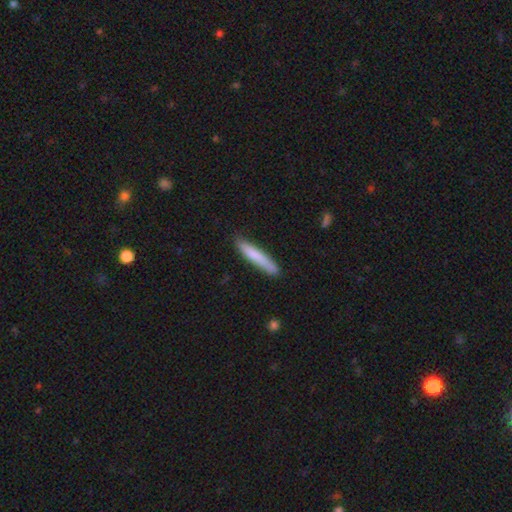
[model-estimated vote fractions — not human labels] smooth 78%, featured or disk 17%, star or artifact 5%. Down the decision tree: how rounded — cigar-shaped (93%); merging — none (82%).